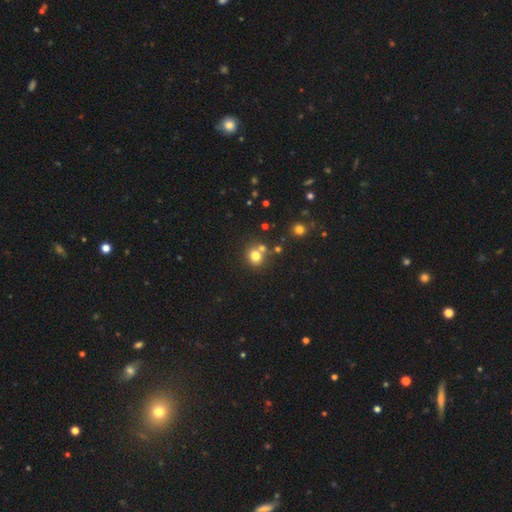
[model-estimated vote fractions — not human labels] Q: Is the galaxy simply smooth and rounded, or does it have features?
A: smooth — 75%.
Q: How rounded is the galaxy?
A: round — 82%.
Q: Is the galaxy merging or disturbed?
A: none — 61%.